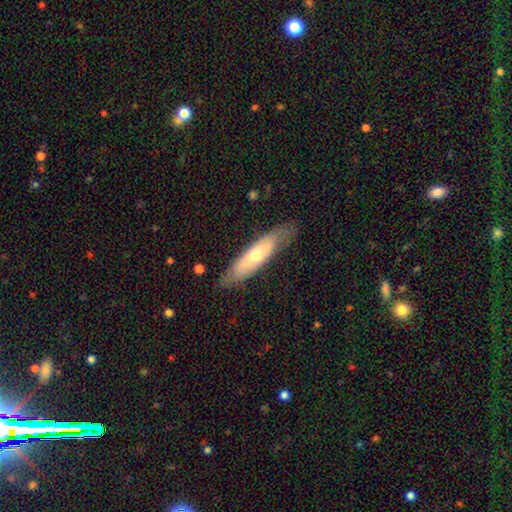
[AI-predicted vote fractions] smooth-or-featured: smooth: 51% | featured or disk: 43% | star or artifact: 6%
  how-rounded: cigar-shaped: 71% | in between: 28% | round: 2%
  merging: none: 78% | minor disturbance: 16% | major disturbance: 5% | merger: 1%